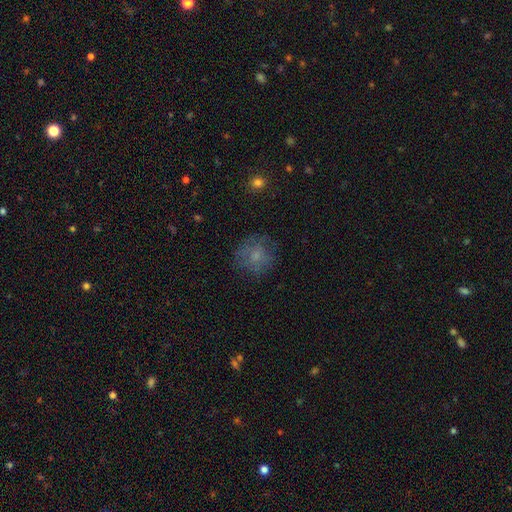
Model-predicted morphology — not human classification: A smooth galaxy with no disk features (66%) that is round (85%). Merging: none (71%).